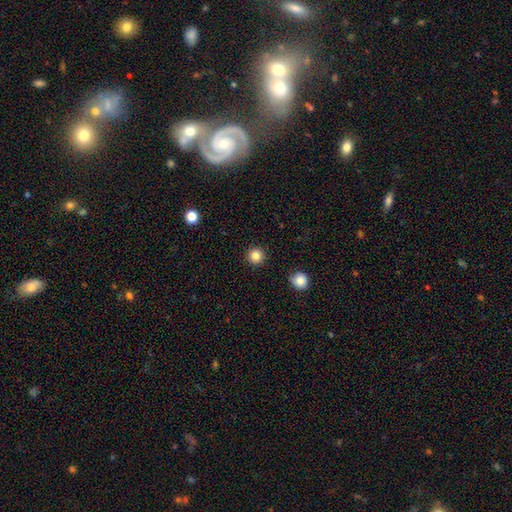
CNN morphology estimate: Smooth or featured?
  - smooth: 84% *
  - star or artifact: 11%
  - featured or disk: 5%
How rounded?
  - round: 95% *
  - in between: 4%
  - cigar-shaped: 1%
Merging?
  - none: 92% *
  - minor disturbance: 5%
  - major disturbance: 2%
  - merger: 1%